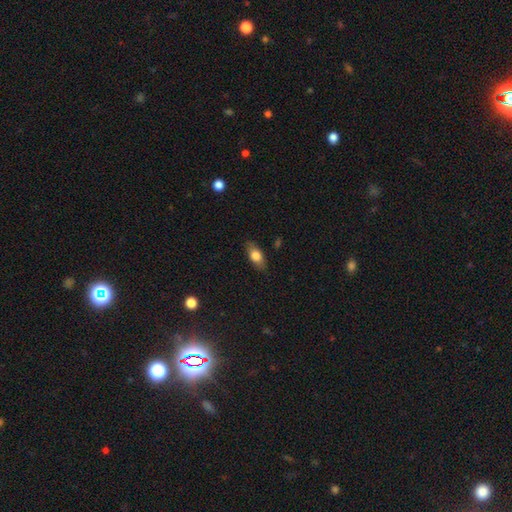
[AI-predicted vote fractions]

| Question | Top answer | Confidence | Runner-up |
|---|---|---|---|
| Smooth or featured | smooth | 74% | featured or disk (19%) |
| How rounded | in between | 85% | cigar-shaped (9%) |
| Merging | none | 83% | minor disturbance (13%) |